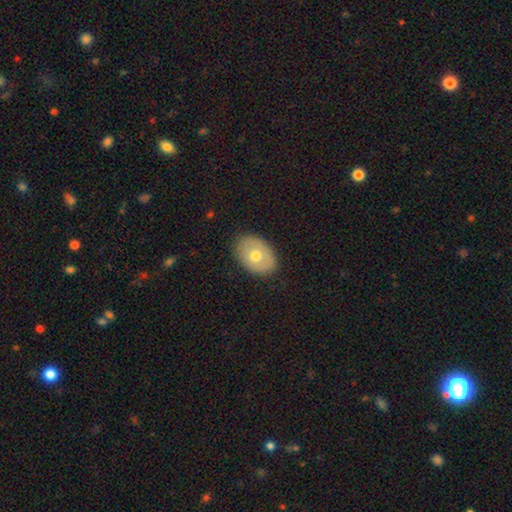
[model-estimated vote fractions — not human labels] Smooth or featured?
  - smooth: 63% *
  - featured or disk: 31%
  - star or artifact: 6%
How rounded?
  - in between: 79% *
  - round: 20%
  - cigar-shaped: 1%
Merging?
  - none: 86% *
  - minor disturbance: 10%
  - major disturbance: 2%
  - merger: 1%